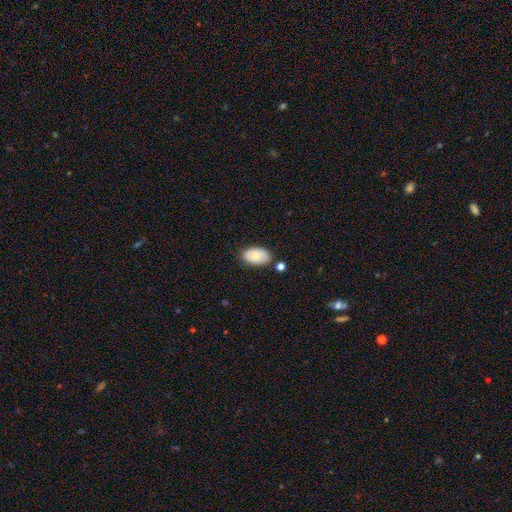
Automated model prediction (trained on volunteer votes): Smooth or featured?
  - smooth: 75% *
  - featured or disk: 18%
  - star or artifact: 7%
How rounded?
  - in between: 94% *
  - round: 5%
  - cigar-shaped: 1%
Merging?
  - none: 76% *
  - minor disturbance: 16%
  - merger: 5%
  - major disturbance: 3%